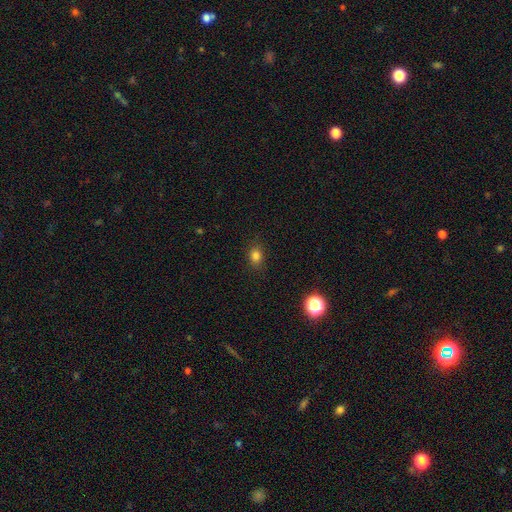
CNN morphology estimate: This is clearly a smooth galaxy (81%). How rounded: possibly in between (54%). Merging: clearly none (85%).